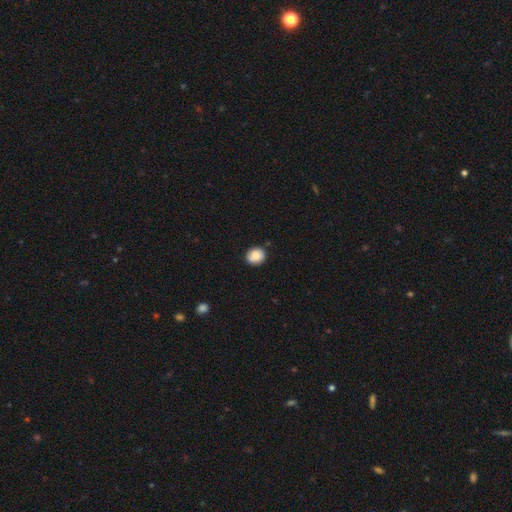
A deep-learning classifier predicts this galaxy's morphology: This is likely a smooth galaxy (78%). How rounded: clearly round (81%). Merging: clearly none (84%).